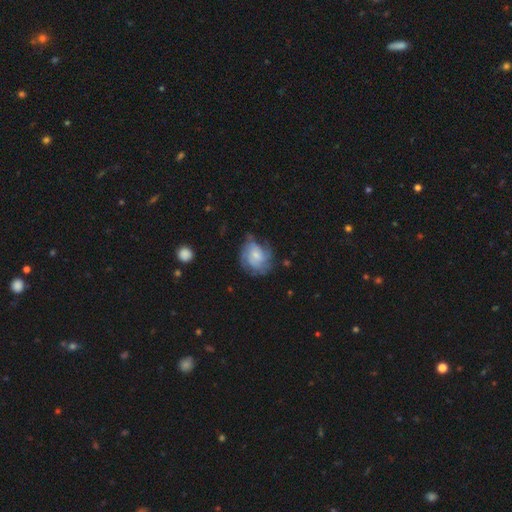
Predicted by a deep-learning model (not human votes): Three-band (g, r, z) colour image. It shows a featured or disk galaxy (58%) with no bar (73%), spiral arms (80%) and a small central bulge (58%). Merging: none (55%).